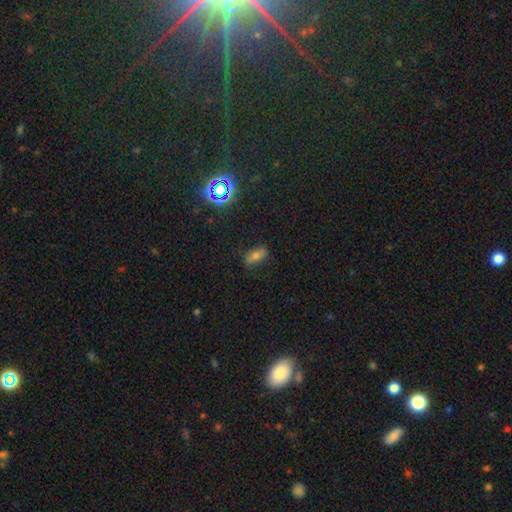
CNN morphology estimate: The model was most divided on "smooth or featured": smooth: 56%, star or artifact: 24%, featured or disk: 20%. More confident: how rounded — in between (80%); merging — none (79%).